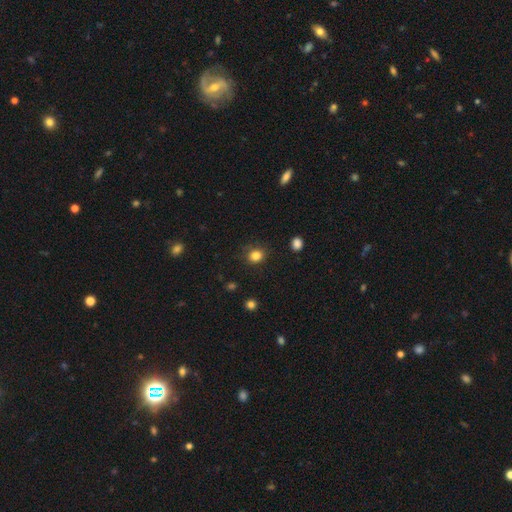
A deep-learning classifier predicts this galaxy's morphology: Smooth or featured: smooth — 83% (star or artifact — 12%)
How rounded: round — 74% (in between — 25%)
Merging: none — 83% (minor disturbance — 12%)